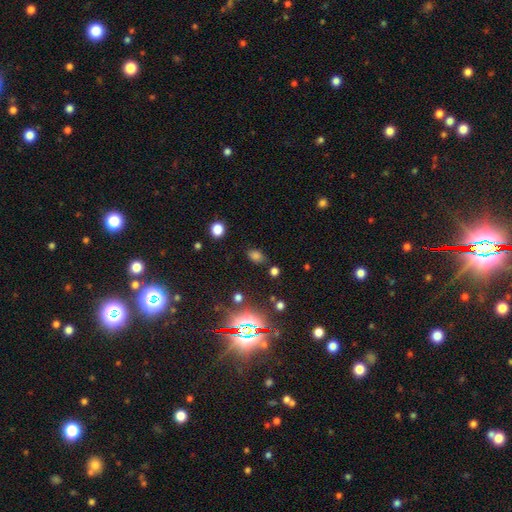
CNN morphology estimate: type=smooth (61%); roundness=in between (80%); merging=none (78%).